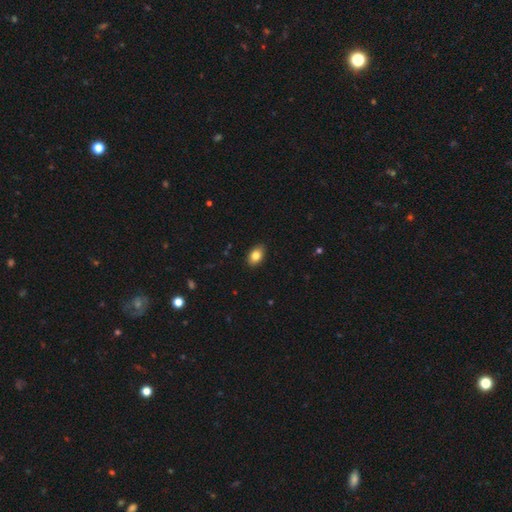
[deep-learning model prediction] A smooth galaxy with no disk features (82%) that is in between round and cigar-shaped (87%).

Vote fractions:
- Smooth or featured? smooth: 82% / featured or disk: 10% / star or artifact: 8%
- How rounded? in between: 87% / round: 11% / cigar-shaped: 2%
- Merging? none: 87% / minor disturbance: 10% / major disturbance: 2% / merger: 1%